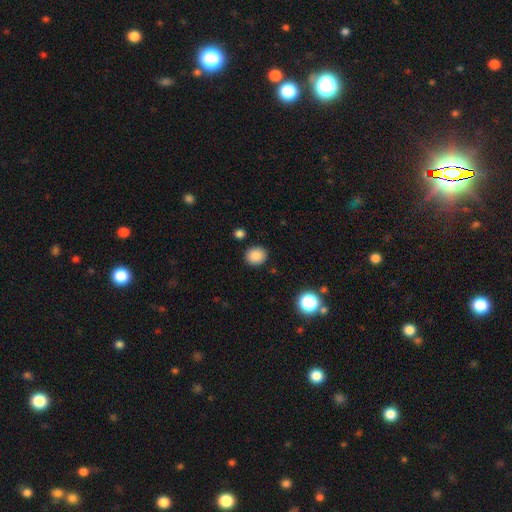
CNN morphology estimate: Smooth or featured? smooth (87%)
How rounded? round (66%)
Merging? none (88%)